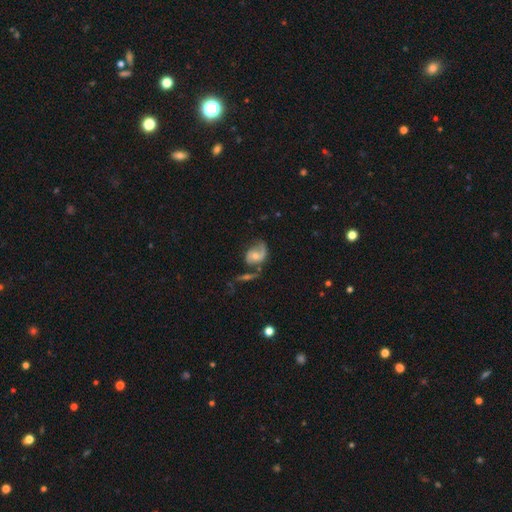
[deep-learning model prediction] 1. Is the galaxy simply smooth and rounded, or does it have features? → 73% featured or disk, 20% smooth, 7% star or artifact.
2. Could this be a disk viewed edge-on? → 97% no, 3% yes.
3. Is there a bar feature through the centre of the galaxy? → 65% no, 29% weak, 6% strong.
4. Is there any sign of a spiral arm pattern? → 91% yes, 9% no.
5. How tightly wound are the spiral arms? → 43% medium, 36% loose, 21% tight.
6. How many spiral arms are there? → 59% 2, 31% 1, 7% can't tell, 1% 3, 1% 4, 1% more than 4.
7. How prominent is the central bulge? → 49% moderate, 42% small, 4% none, 3% large, 1% dominant.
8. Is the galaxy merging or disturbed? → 46% none, 24% minor disturbance, 18% major disturbance, 12% merger.